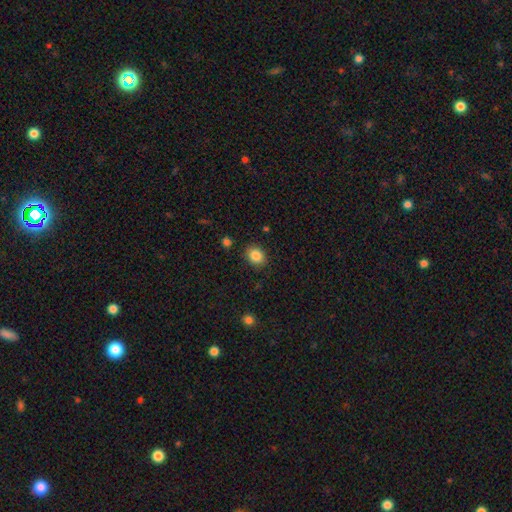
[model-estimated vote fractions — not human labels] smooth_or_featured: smooth (p=0.85) [alt: star or artifact p=0.10]
how_rounded: round (p=0.57) [alt: in between p=0.42]
merging: none (p=0.87) [alt: minor disturbance p=0.09]